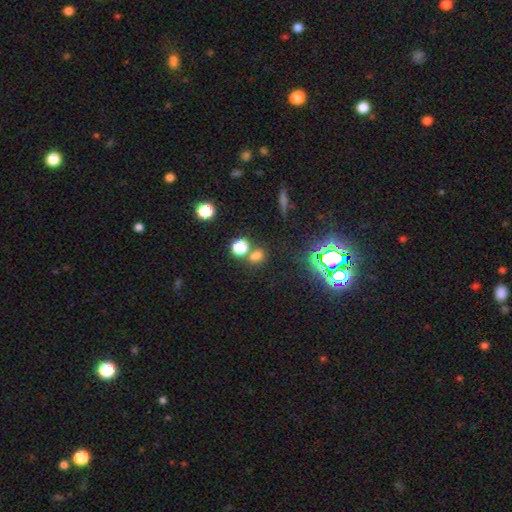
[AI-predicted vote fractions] Morphology: type=smooth (64%); roundness=round (65%); merging=none (55%).